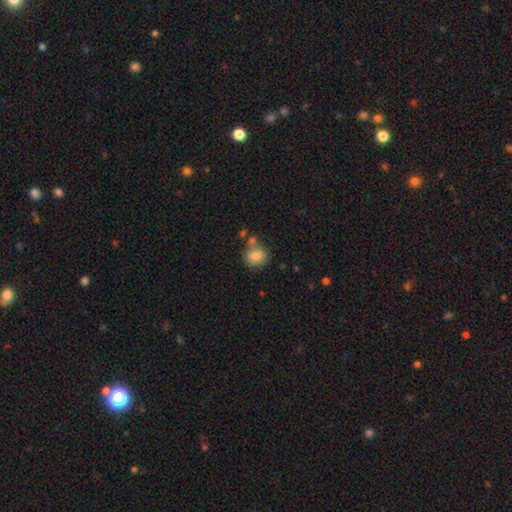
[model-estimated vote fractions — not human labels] Morphology: type=smooth (81%); roundness=round (66%); merging=none (59%).